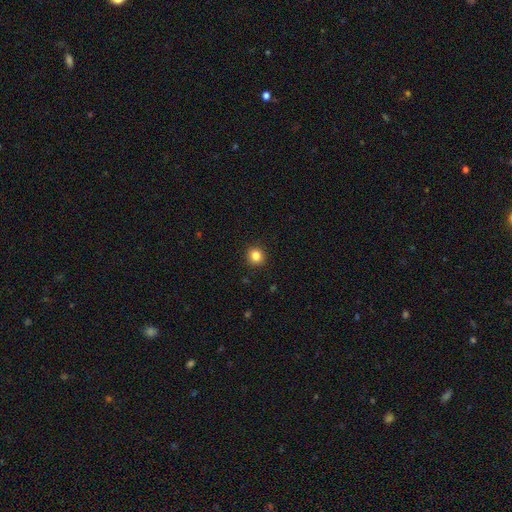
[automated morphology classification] A smooth galaxy with no disk features (84%) that is round (88%).

Vote fractions:
- Smooth or featured? smooth: 84% / star or artifact: 11% / featured or disk: 5%
- How rounded? round: 88% / in between: 11% / cigar-shaped: 1%
- Merging? none: 92% / minor disturbance: 5% / major disturbance: 2% / merger: 1%